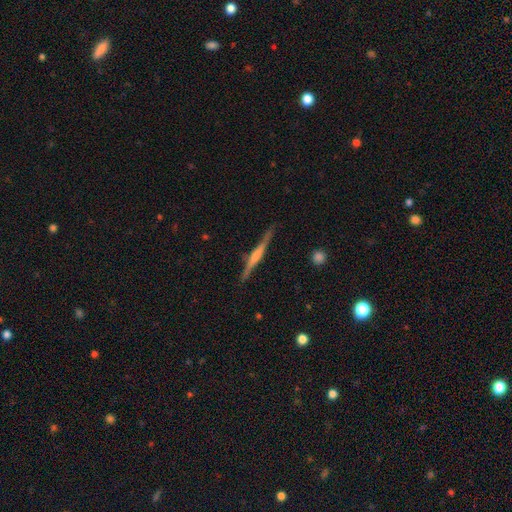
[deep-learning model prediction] A featured or disk galaxy (78%) viewed edge-on (98%) with a rounded central bulge (63%).

Vote fractions:
- Smooth or featured? featured or disk: 78% / smooth: 16% / star or artifact: 6%
- Edge-on disk? yes: 98% / no: 2%
- Edge-on bulge? rounded: 63% / boxy: 20% / none: 17%
- Merging? none: 89% / minor disturbance: 8% / major disturbance: 2% / merger: 1%